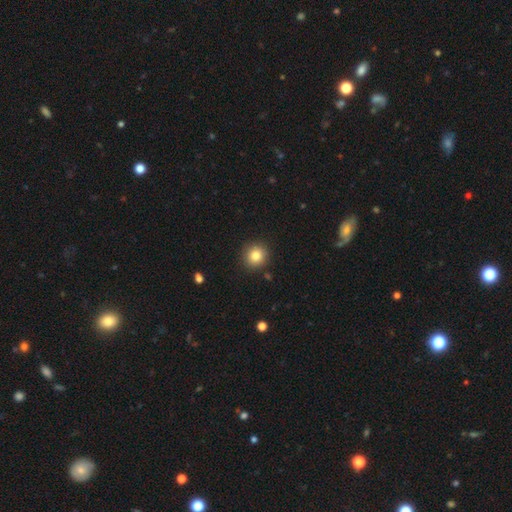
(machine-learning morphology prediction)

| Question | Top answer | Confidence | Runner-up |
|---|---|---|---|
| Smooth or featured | smooth | 83% | star or artifact (11%) |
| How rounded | round | 92% | in between (7%) |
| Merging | none | 90% | minor disturbance (6%) |